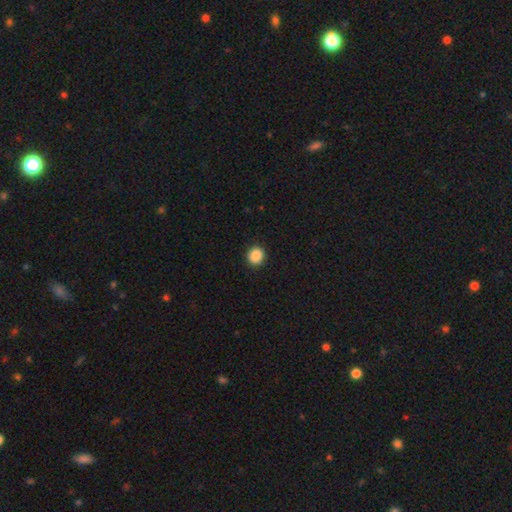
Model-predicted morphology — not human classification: smooth_or_featured: smooth (p=0.88) [alt: star or artifact p=0.09]
how_rounded: round (p=0.85) [alt: in between p=0.14]
merging: none (p=0.92) [alt: minor disturbance p=0.06]